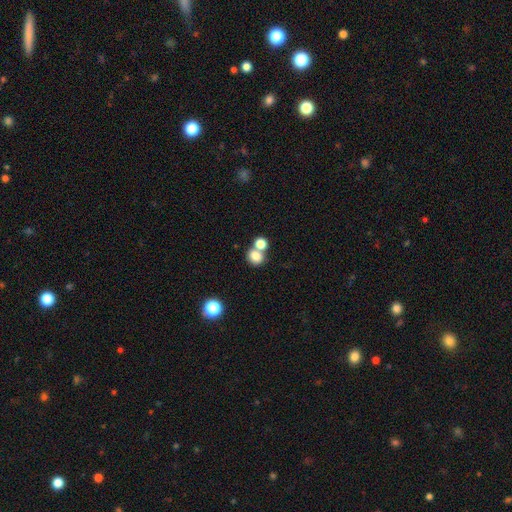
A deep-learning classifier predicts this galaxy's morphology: Smooth or featured? Predicted: smooth (p=0.79). How rounded? Predicted: round (p=0.74). Merging? Predicted: none (p=0.45).